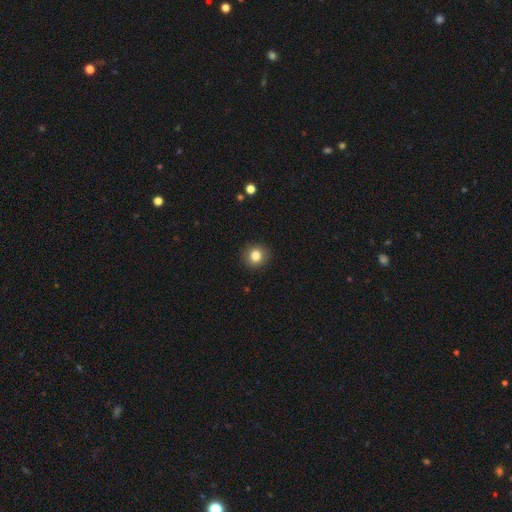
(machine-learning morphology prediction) smooth_or_featured: smooth (p=0.83) [alt: star or artifact p=0.11]
how_rounded: round (p=0.87) [alt: in between p=0.12]
merging: none (p=0.91) [alt: minor disturbance p=0.06]